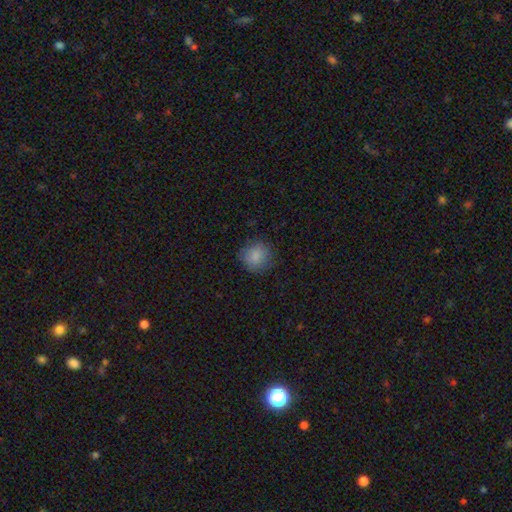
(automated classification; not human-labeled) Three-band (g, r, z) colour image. It shows a smooth galaxy with no disk features (85%) that is round (88%). Merging: none (82%).